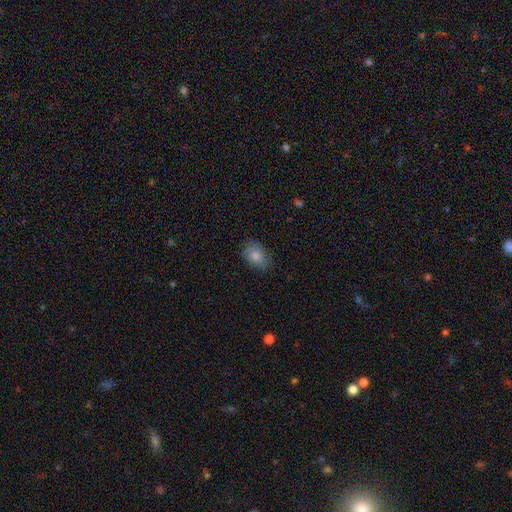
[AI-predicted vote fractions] Smooth or featured? smooth (81%)
How rounded? in between (82%)
Merging? none (78%)